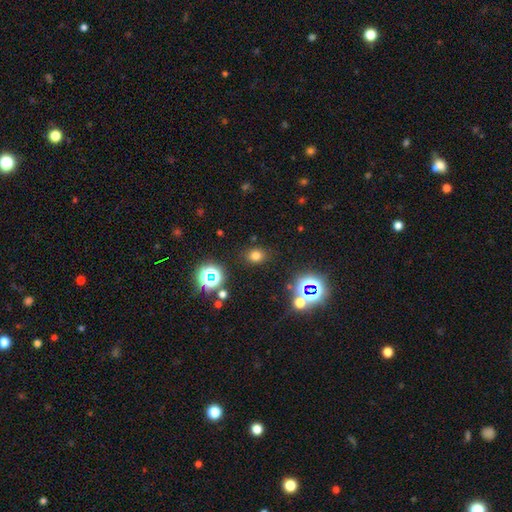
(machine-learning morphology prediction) This is likely a smooth galaxy (71%). How rounded: likely round (67%). Merging: clearly none (86%).